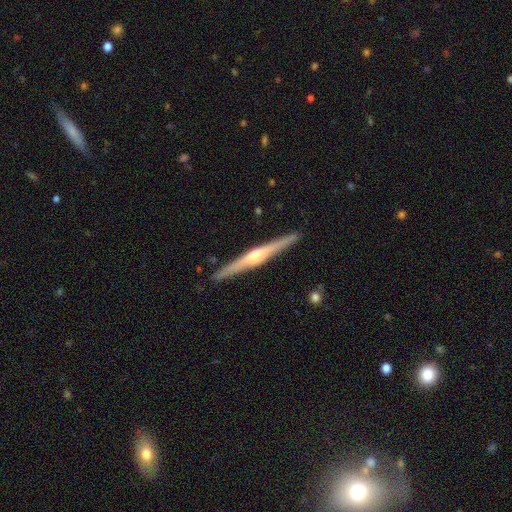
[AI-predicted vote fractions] This is likely a featured or disk galaxy (77%). It is clearly viewed edge-on (98%). Edge-on bulge: clearly rounded (86%). Merging: clearly none (91%).